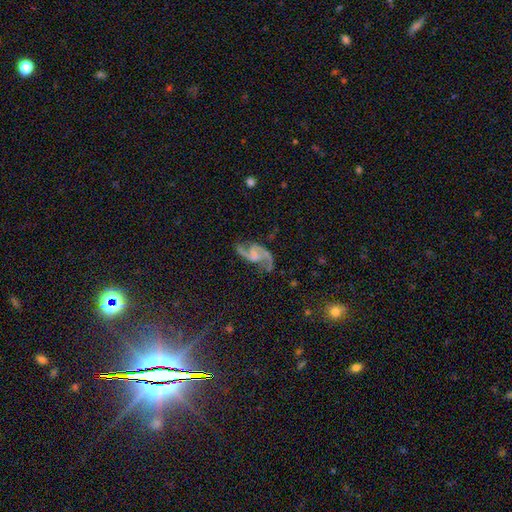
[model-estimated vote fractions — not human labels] Overall: featured or disk (85%). Edge-on disk: no (97%). Bar: weak (43%; no 42%). Spiral arms: yes (96%). Spiral arm count: 2 (92%). Spiral winding: loose (57%; medium 35%). Bulge size: none (45%; small 31%). Merging: none (65%).